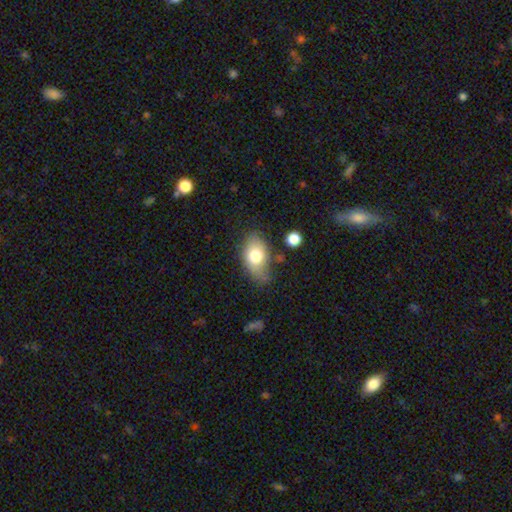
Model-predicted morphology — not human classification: smooth-or-featured: smooth: 73% | featured or disk: 20% | star or artifact: 8%
  how-rounded: in between: 87% | round: 11% | cigar-shaped: 2%
  merging: none: 52% | minor disturbance: 31% | major disturbance: 12% | merger: 5%